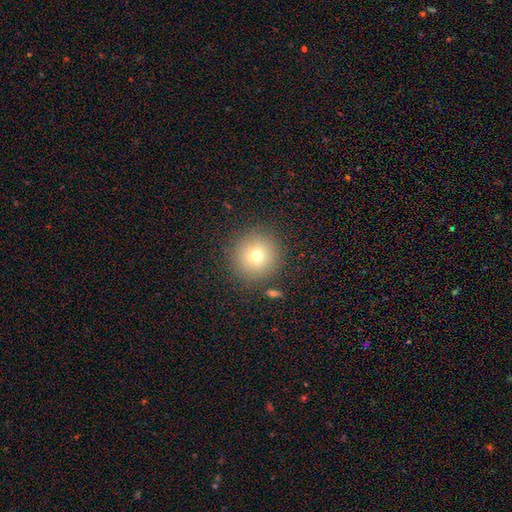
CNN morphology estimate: smooth-or-featured: smooth: 73% | star or artifact: 14% | featured or disk: 13%
  how-rounded: round: 95% | in between: 4% | cigar-shaped: 1%
  merging: none: 87% | minor disturbance: 7% | major disturbance: 3% | merger: 3%